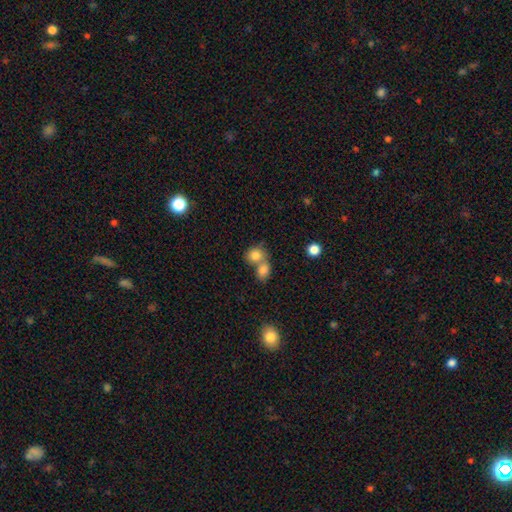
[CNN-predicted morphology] Smooth or featured: smooth — 80% (featured or disk — 10%)
How rounded: round — 70% (in between — 28%)
Merging: merger — 60% (none — 30%)